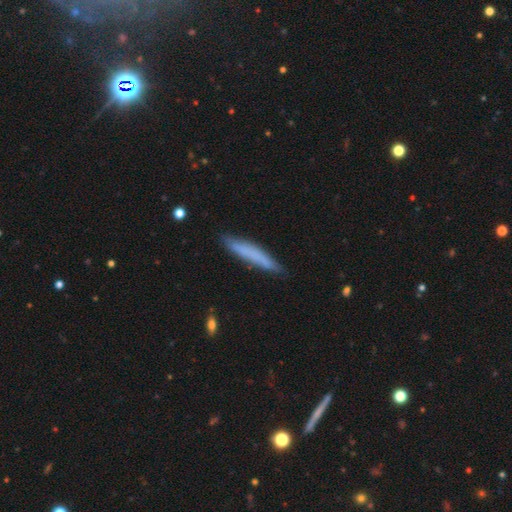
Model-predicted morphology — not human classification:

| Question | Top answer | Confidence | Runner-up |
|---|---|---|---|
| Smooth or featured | smooth | 69% | featured or disk (24%) |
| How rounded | cigar-shaped | 93% | in between (6%) |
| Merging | none | 83% | minor disturbance (13%) |